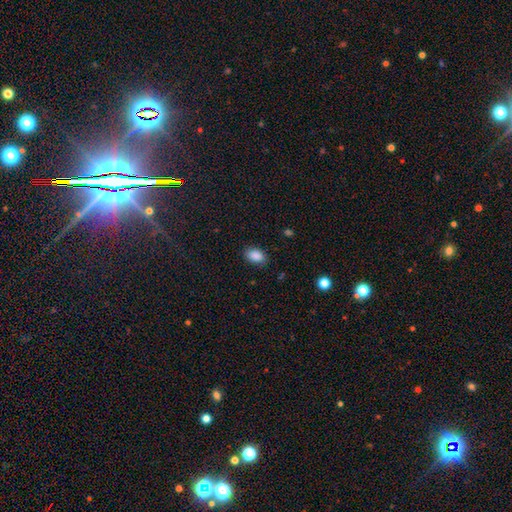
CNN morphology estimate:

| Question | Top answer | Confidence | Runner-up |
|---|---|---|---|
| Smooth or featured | smooth | 88% | star or artifact (8%) |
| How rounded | in between | 87% | round (12%) |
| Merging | none | 85% | minor disturbance (11%) |